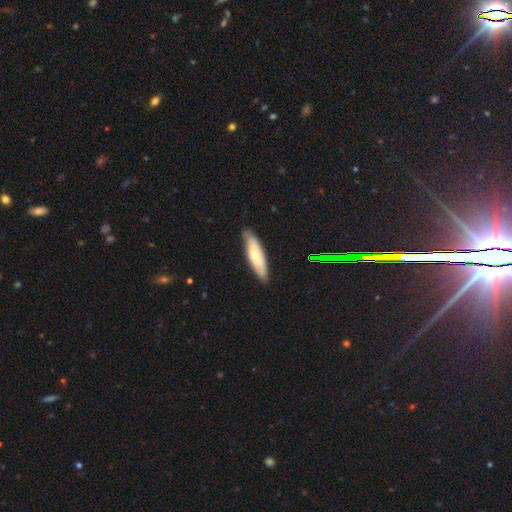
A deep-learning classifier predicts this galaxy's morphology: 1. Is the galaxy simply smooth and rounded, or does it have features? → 67% smooth, 28% featured or disk, 5% star or artifact.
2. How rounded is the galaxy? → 63% cigar-shaped, 36% in between, 1% round.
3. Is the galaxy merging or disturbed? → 82% none, 15% minor disturbance, 2% major disturbance, 1% merger.